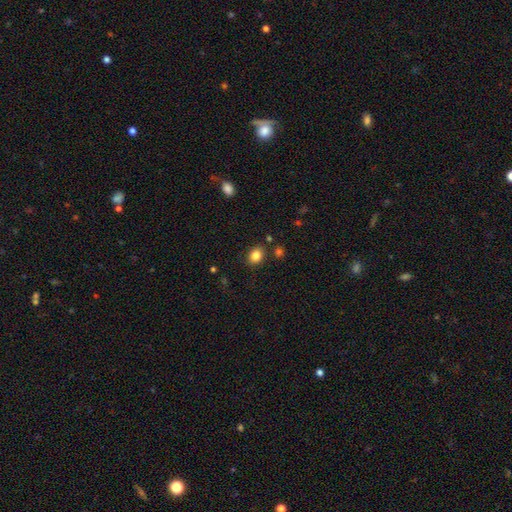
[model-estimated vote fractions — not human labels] A smooth galaxy with no disk features (84%) that is in between round and cigar-shaped (58%). Merging: none (82%).